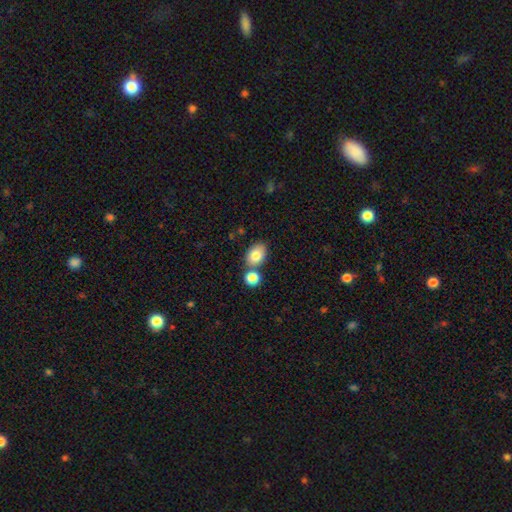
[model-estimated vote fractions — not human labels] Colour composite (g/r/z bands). It shows a smooth galaxy with no disk features (81%) that is in between round and cigar-shaped (79%). Merging: none (62%).